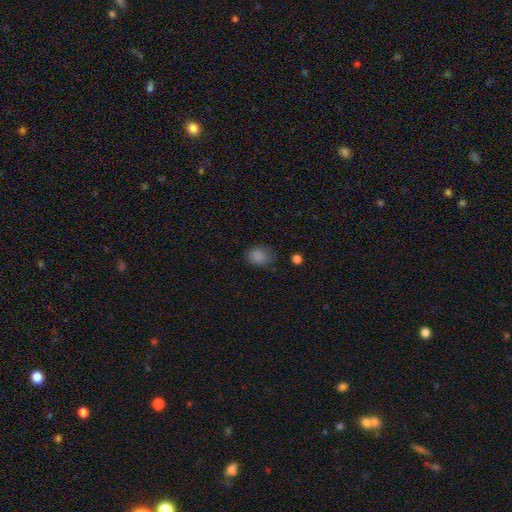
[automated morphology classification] This is likely a smooth galaxy (80%). How rounded: possibly in between (57%). Merging: likely none (73%).